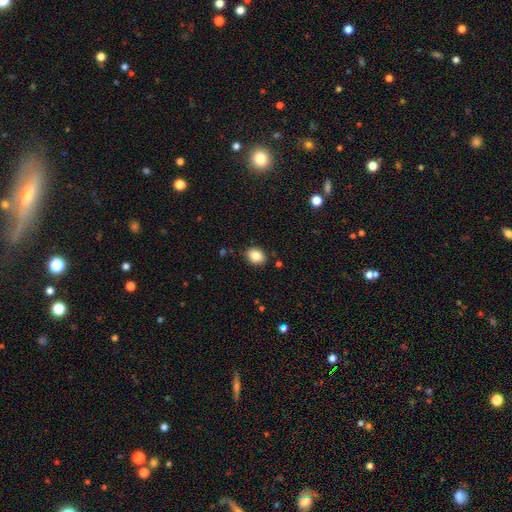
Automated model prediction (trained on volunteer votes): Morphology: type=smooth (84%); roundness=in between (64%); merging=none (86%).